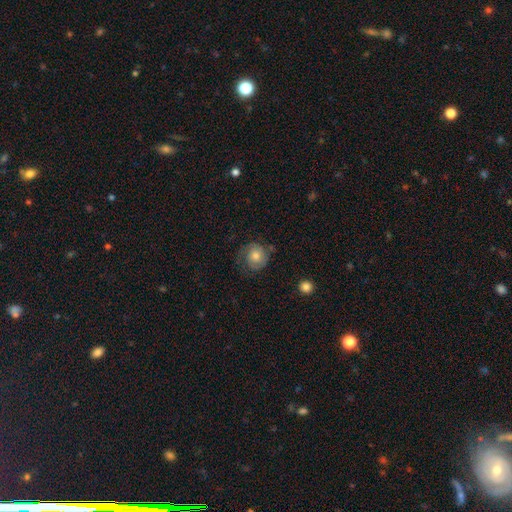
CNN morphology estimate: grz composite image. It shows a smooth galaxy with no disk features (52%) that is round (85%). Merging: none (61%).